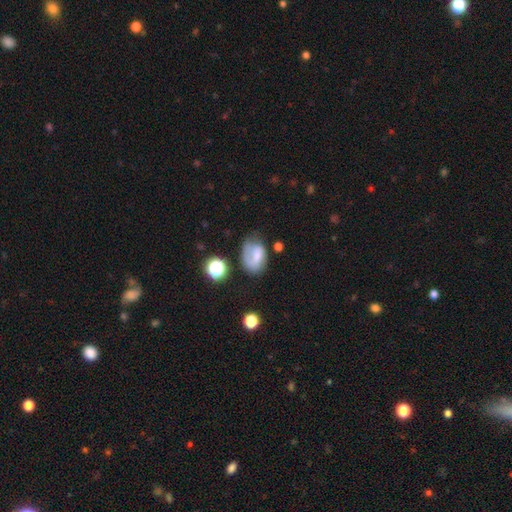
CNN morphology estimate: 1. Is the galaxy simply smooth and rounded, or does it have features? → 48% smooth, 42% featured or disk, 11% star or artifact.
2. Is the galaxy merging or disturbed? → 44% none, 28% minor disturbance, 22% major disturbance, 5% merger.